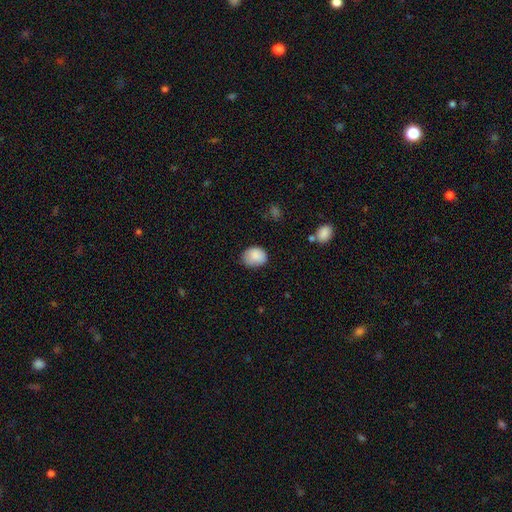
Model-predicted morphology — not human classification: Smooth or featured? Predicted: smooth (p=0.87). How rounded? Predicted: in between (p=0.51). Merging? Predicted: none (p=0.66).